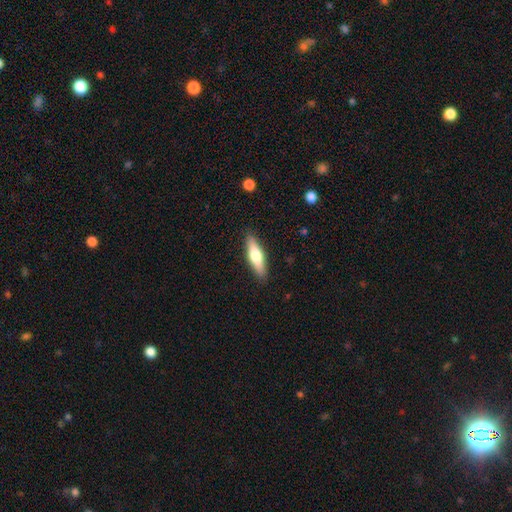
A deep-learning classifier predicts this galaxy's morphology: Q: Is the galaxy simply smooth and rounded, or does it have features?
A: smooth — 59%.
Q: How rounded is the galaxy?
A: cigar-shaped — 63%.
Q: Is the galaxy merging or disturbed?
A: none — 89%.